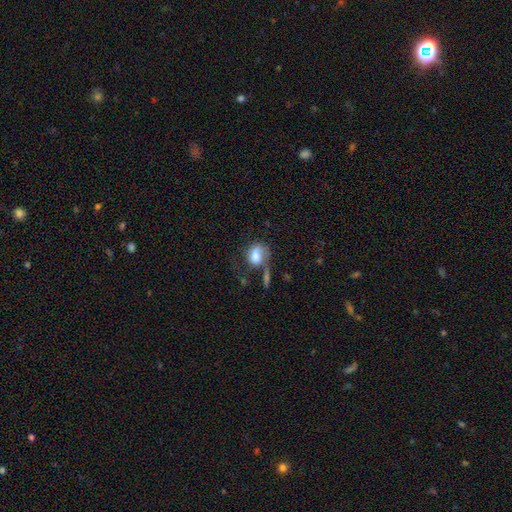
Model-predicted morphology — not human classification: Smooth or featured?
  - smooth: 67% *
  - featured or disk: 25%
  - star or artifact: 9%
How rounded?
  - in between: 57% *
  - round: 41%
  - cigar-shaped: 2%
Merging?
  - none: 33% *
  - major disturbance: 28%
  - minor disturbance: 21%
  - merger: 17%